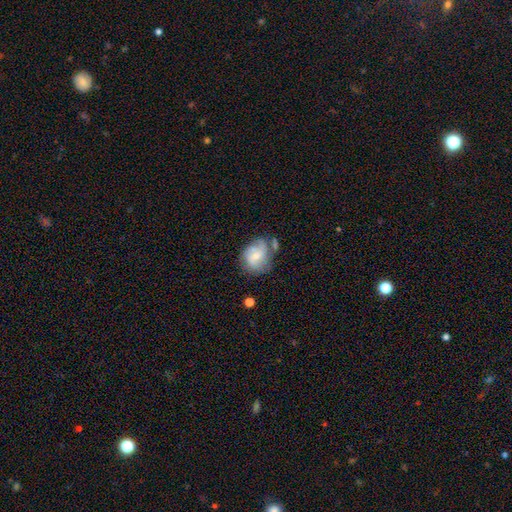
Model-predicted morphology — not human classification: Smooth or featured: featured or disk — 52% (smooth — 40%)
Edge-on disk: no — 97% (yes — 3%)
Bar: no — 52% (weak — 41%)
Spiral arms: yes — 77% (no — 23%)
Bulge size: small — 47% (moderate — 35%)
Merging: none — 46% (minor disturbance — 27%)